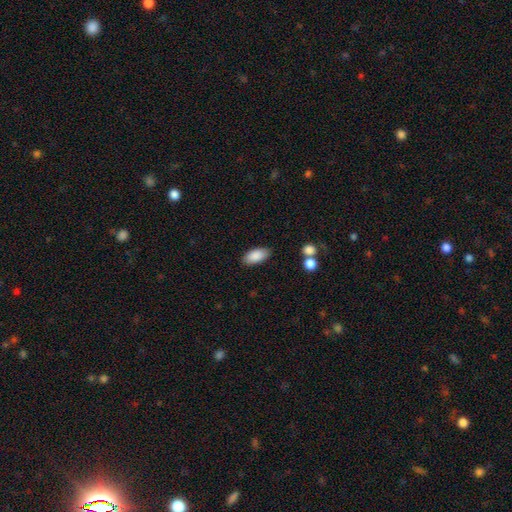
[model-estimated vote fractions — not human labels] smooth-or-featured: smooth: 88% | star or artifact: 7% | featured or disk: 5%
  how-rounded: in between: 90% | cigar-shaped: 7% | round: 3%
  merging: none: 84% | minor disturbance: 11% | major disturbance: 3% | merger: 3%